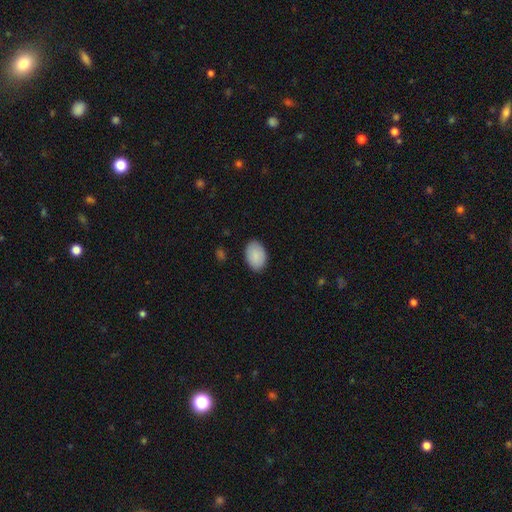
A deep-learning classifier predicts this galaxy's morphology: A smooth galaxy with no disk features (90%) that is in between round and cigar-shaped (88%). Merging: none (87%).